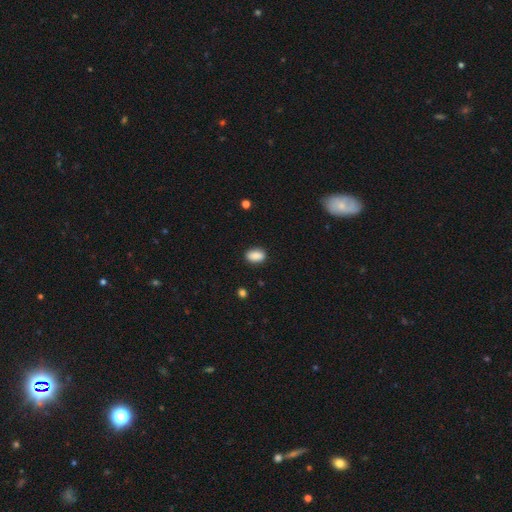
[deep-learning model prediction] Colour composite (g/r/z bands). It shows a smooth galaxy with no disk features (88%) that is in between round and cigar-shaped (87%). Merging: none (86%).